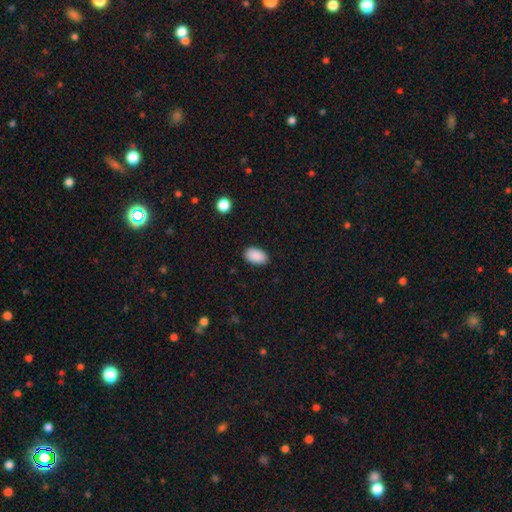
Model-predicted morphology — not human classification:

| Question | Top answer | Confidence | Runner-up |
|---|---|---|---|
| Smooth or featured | smooth | 90% | star or artifact (7%) |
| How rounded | in between | 93% | round (6%) |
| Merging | none | 87% | minor disturbance (10%) |